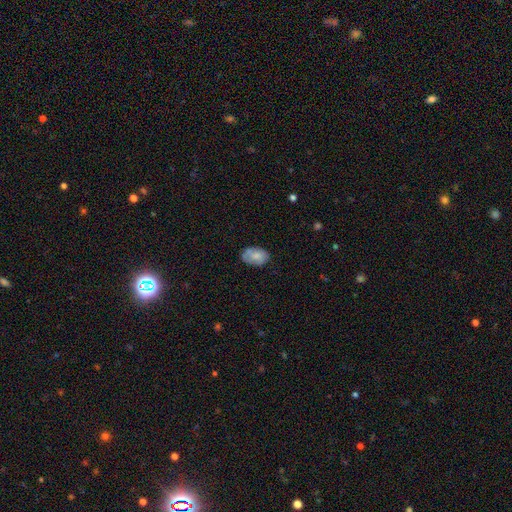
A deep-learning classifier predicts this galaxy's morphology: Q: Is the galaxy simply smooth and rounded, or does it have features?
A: smooth — 73%.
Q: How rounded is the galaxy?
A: in between — 87%.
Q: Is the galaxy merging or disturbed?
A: none — 71%.